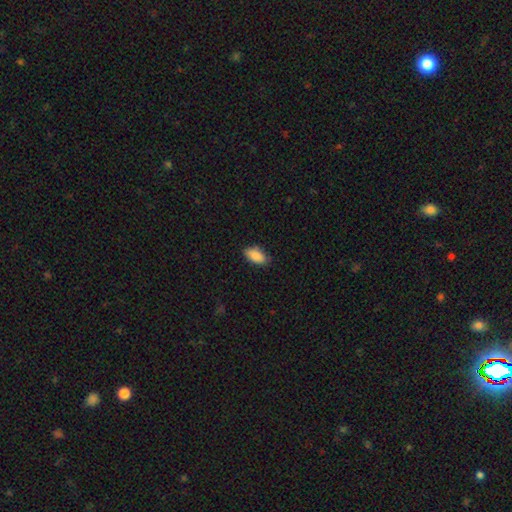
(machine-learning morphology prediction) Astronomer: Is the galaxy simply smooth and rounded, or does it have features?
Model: smooth — 89%.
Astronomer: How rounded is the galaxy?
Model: in between — 93%.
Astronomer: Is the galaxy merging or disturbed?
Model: none — 81%.